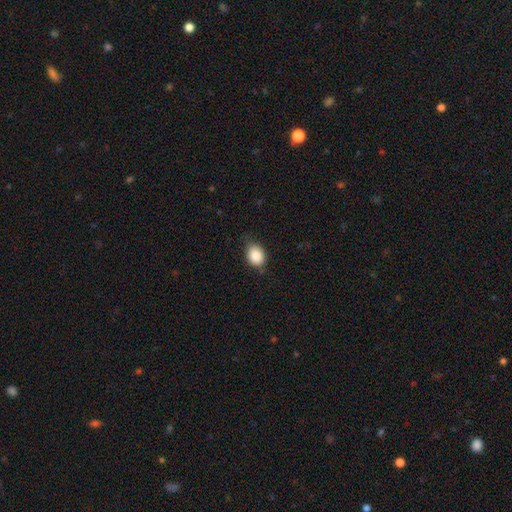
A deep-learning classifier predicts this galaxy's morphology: A smooth galaxy with no disk features (86%) that is in between round and cigar-shaped (59%). Merging: none (70%).